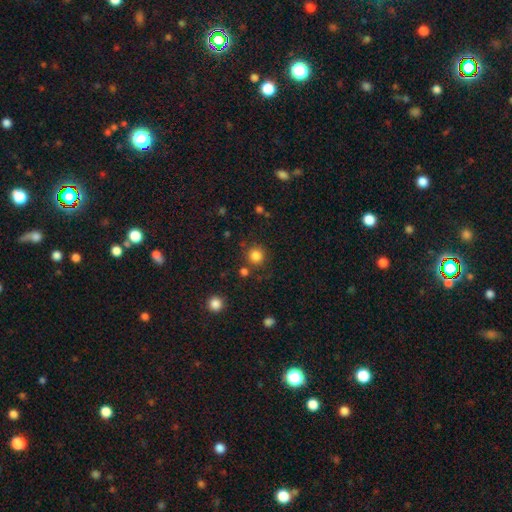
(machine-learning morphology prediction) A smooth galaxy with no disk features (84%) that is round (92%).

Vote fractions:
- Smooth or featured? smooth: 84% / star or artifact: 12% / featured or disk: 4%
- How rounded? round: 92% / in between: 7% / cigar-shaped: 1%
- Merging? none: 81% / minor disturbance: 9% / merger: 6% / major disturbance: 4%